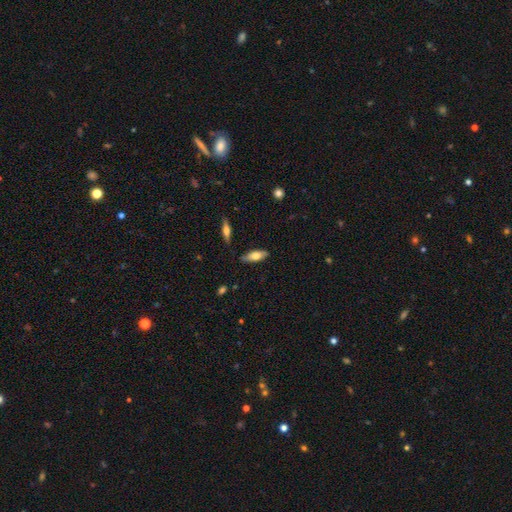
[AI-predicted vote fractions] smooth_or_featured: smooth (p=0.66) [alt: featured or disk p=0.28]
how_rounded: in between (p=0.66) [alt: cigar-shaped p=0.32]
merging: none (p=0.81) [alt: minor disturbance p=0.14]